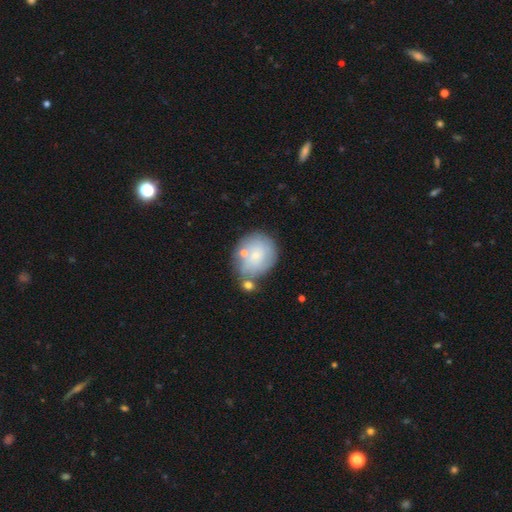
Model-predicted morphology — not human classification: Q: Smooth or featured?
A: smooth (61%); runner-up: featured or disk (31%)
Q: How rounded?
A: round (73%); runner-up: in between (26%)
Q: Merging?
A: none (55%); runner-up: minor disturbance (21%)